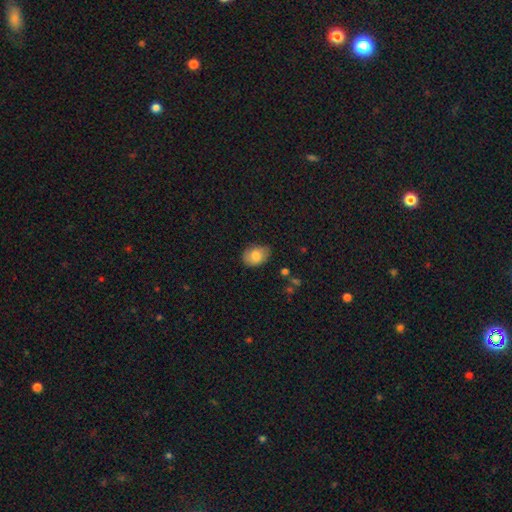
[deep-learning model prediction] Smooth or featured? Predicted: smooth (p=0.78). How rounded? Predicted: in between (p=0.75). Merging? Predicted: none (p=0.75).